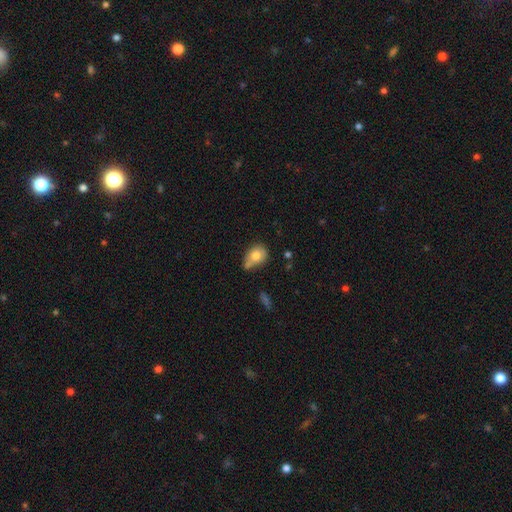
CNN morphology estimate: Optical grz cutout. It shows a smooth galaxy with no disk features (75%) that is in between round and cigar-shaped (57%). Merging: none (40%).